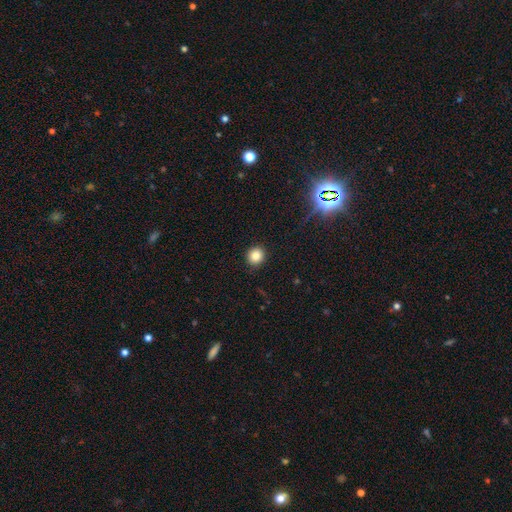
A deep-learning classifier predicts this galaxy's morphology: Smooth or featured: smooth — 84% (star or artifact — 11%)
How rounded: round — 89% (in between — 10%)
Merging: none — 91% (minor disturbance — 6%)